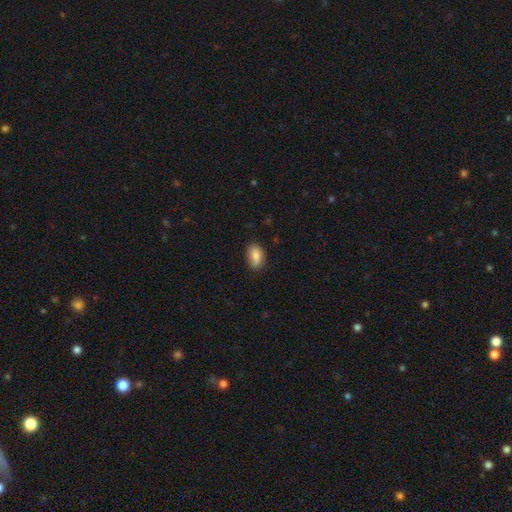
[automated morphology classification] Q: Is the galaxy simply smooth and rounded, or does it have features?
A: smooth — 84%.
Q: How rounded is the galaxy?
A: in between — 88%.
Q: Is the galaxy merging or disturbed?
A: none — 77%.